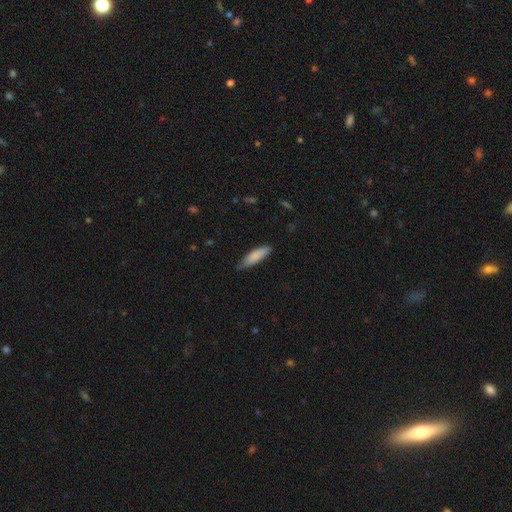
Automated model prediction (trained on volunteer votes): smooth-or-featured: smooth: 84% | featured or disk: 10% | star or artifact: 6%
  how-rounded: cigar-shaped: 62% | in between: 36% | round: 1%
  merging: none: 70% | minor disturbance: 25% | major disturbance: 3% | merger: 1%